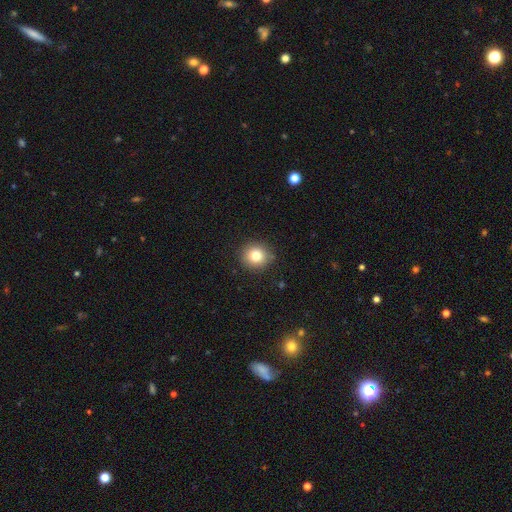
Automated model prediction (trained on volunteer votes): A smooth galaxy with no disk features (80%) that is round (91%). Merging: none (89%).